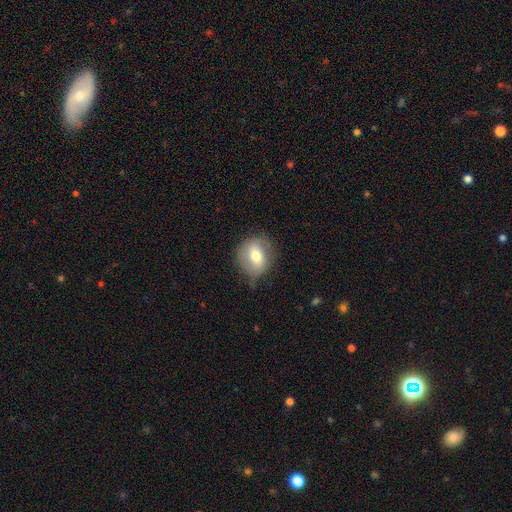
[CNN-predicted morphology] Q: Smooth or featured?
A: smooth (61%); runner-up: featured or disk (31%)
Q: How rounded?
A: round (71%); runner-up: in between (28%)
Q: Merging?
A: none (68%); runner-up: minor disturbance (24%)